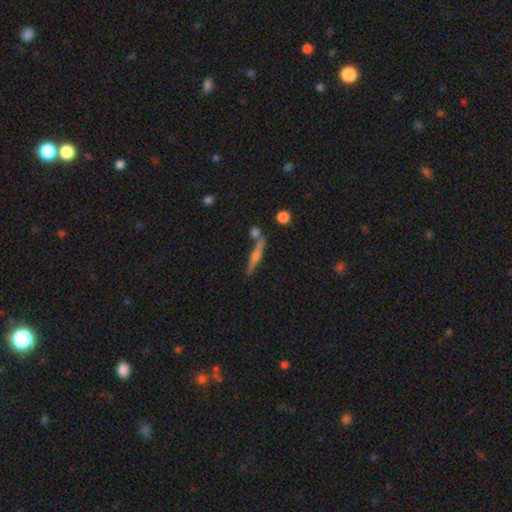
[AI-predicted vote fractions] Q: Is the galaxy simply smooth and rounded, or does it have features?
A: featured or disk — 67%.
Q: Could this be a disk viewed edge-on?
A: yes — 95%.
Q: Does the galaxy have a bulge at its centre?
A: rounded — 83%.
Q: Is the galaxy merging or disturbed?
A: none — 75%.